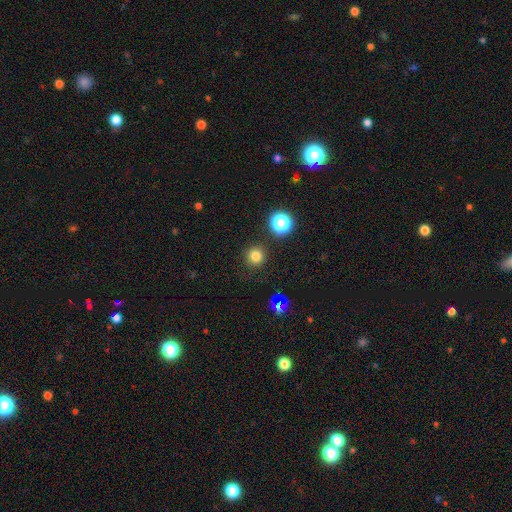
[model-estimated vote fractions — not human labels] Smooth or featured? Predicted: smooth (p=0.78). How rounded? Predicted: round (p=0.95). Merging? Predicted: none (p=0.90).